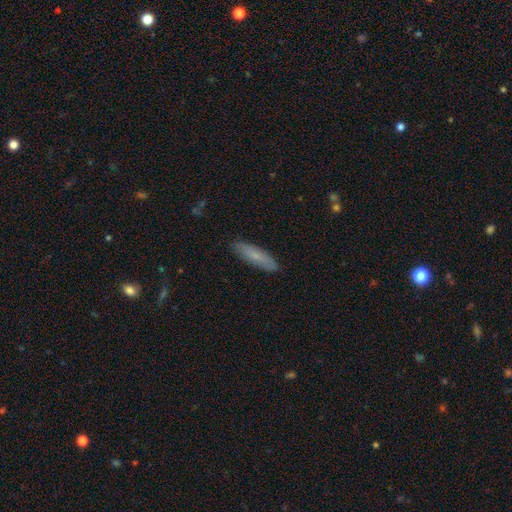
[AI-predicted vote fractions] smooth 72%, featured or disk 21%, star or artifact 7%. Down the decision tree: how rounded — cigar-shaped (72%); merging — none (87%).